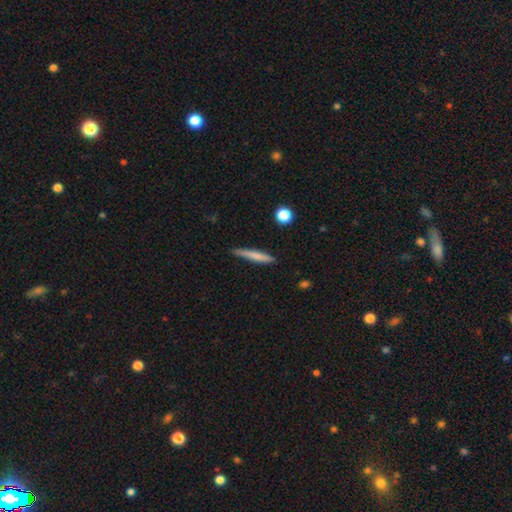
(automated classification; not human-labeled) Overall: smooth (68%). How rounded: cigar-shaped (93%). Merging: none (79%).